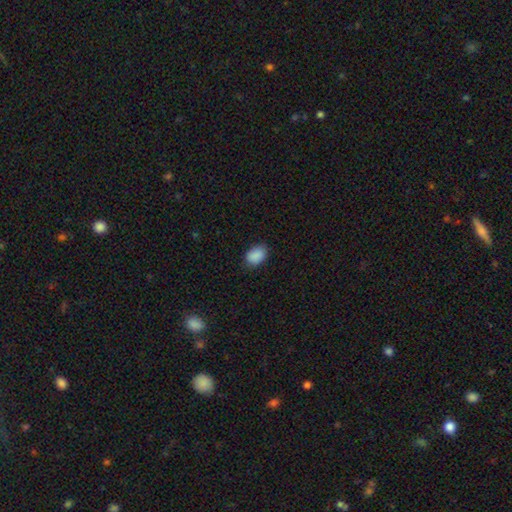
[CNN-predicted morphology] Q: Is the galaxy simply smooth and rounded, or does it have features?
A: smooth — 90%.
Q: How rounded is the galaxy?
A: in between — 83%.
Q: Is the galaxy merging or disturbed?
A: none — 82%.